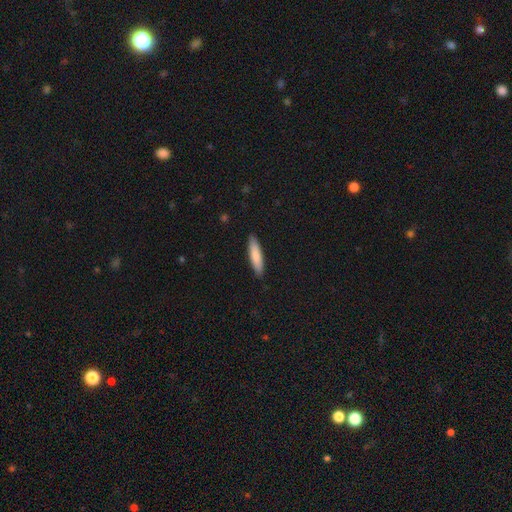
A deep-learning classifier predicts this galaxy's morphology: Smooth or featured?
  - smooth: 85% *
  - featured or disk: 10%
  - star or artifact: 5%
How rounded?
  - cigar-shaped: 76% *
  - in between: 23%
  - round: 1%
Merging?
  - none: 90% *
  - minor disturbance: 8%
  - major disturbance: 1%
  - merger: 1%